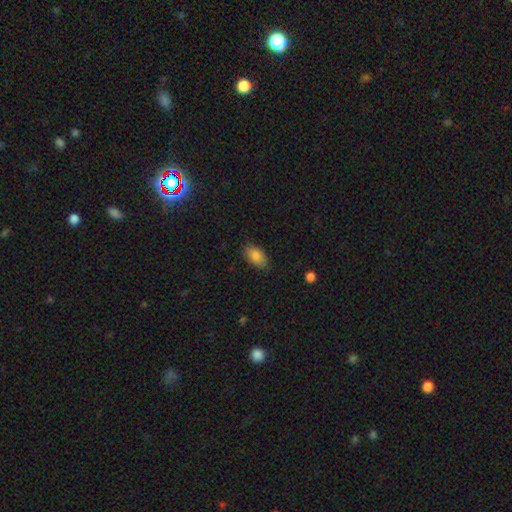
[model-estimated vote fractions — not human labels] The model was most divided on "merging": none: 81%, minor disturbance: 14%, major disturbance: 3%, merger: 1%. More confident: how rounded — in between (93%); smooth or featured — smooth (86%).